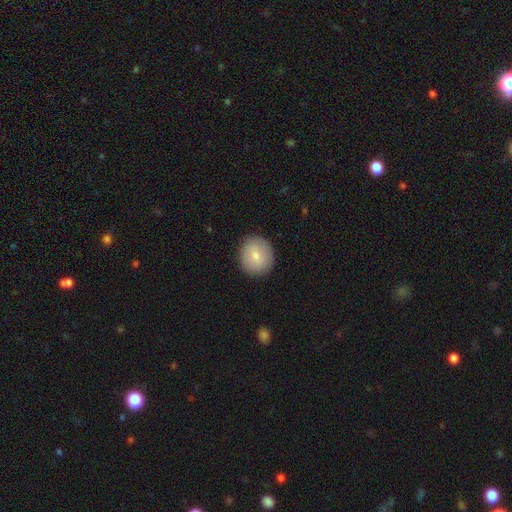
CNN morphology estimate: This is likely a smooth galaxy (77%). How rounded: likely round (79%). Merging: clearly none (88%).